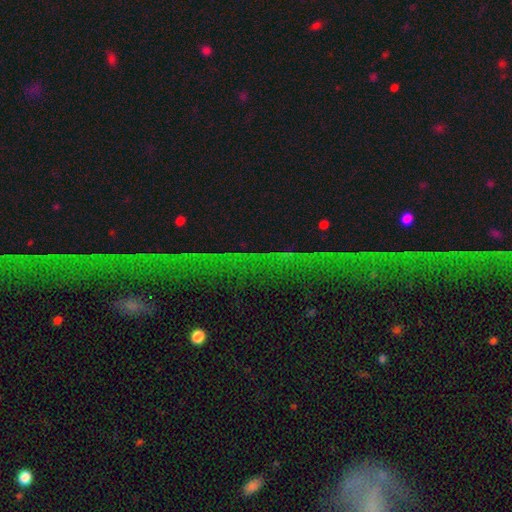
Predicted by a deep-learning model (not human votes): smooth_or_featured: star or artifact (p=0.74) [alt: featured or disk p=0.14]